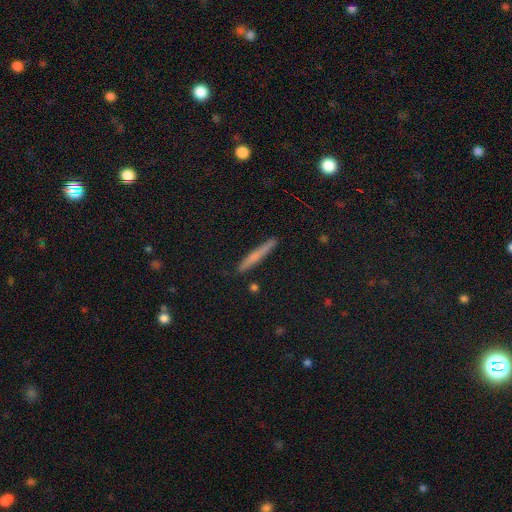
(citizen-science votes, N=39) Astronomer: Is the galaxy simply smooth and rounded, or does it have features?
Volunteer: smooth — 62%.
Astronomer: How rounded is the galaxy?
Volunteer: cigar-shaped — 100%.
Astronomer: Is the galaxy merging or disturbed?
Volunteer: none — 81%.